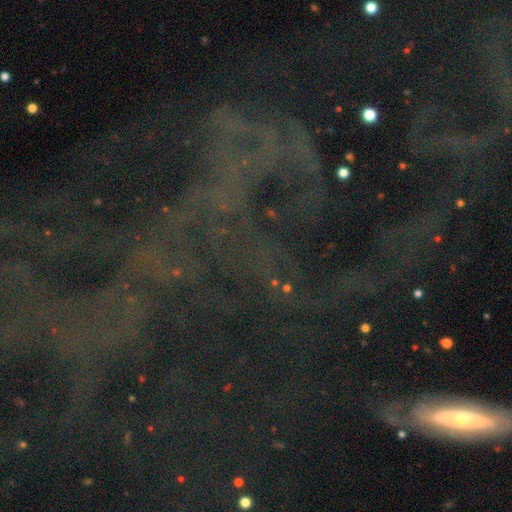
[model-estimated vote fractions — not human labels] Smooth or featured? star or artifact (79%)